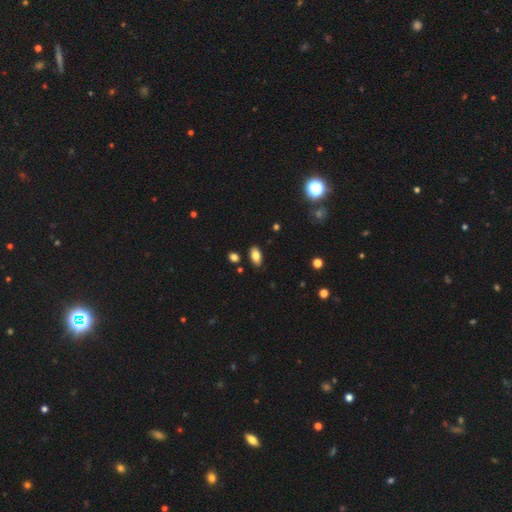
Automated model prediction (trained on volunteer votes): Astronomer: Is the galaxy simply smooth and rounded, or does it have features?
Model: smooth — 81%.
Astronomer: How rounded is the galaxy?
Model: in between — 92%.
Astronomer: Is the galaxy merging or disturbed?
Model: none — 86%.